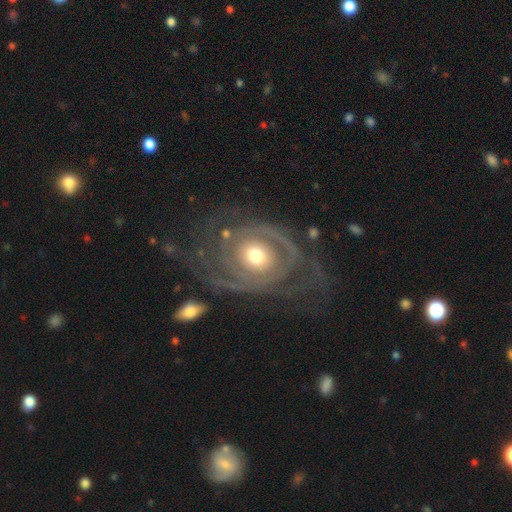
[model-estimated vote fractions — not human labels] This is clearly a featured or disk galaxy (85%). It is clearly not viewed edge-on (97%). Bar: clearly no (80%). Spiral arm pattern: clearly yes (90%). Spiral arm count: possibly 2 (46%). Spiral winding: possibly tight (55%). Central bulge: likely moderate (65%). Merging: likely none (60%).